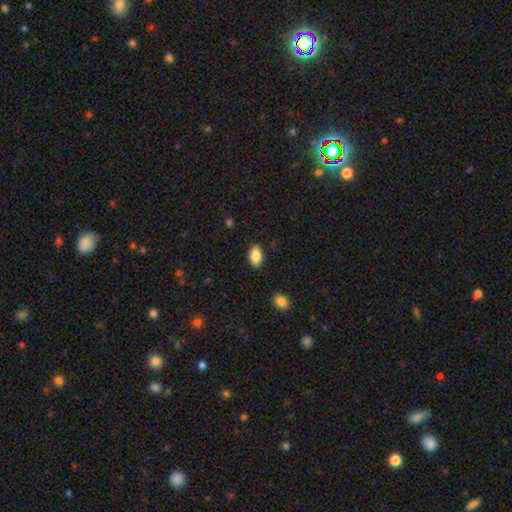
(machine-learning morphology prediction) Smooth or featured? Predicted: smooth (p=0.87). How rounded? Predicted: in between (p=0.92). Merging? Predicted: none (p=0.88).